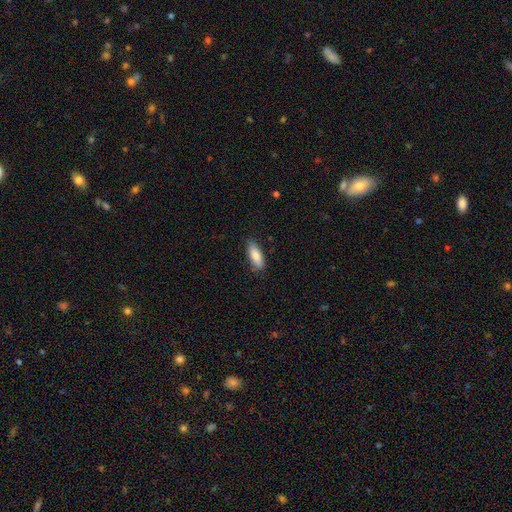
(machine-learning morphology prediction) A smooth galaxy with no disk features (85%) that is in between round and cigar-shaped (65%). Merging: none (85%).